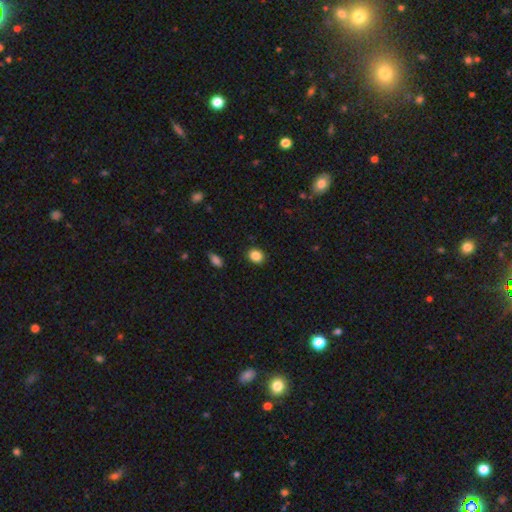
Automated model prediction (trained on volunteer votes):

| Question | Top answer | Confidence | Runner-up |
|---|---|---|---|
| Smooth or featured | smooth | 86% | star or artifact (10%) |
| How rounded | round | 66% | in between (33%) |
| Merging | none | 89% | minor disturbance (7%) |